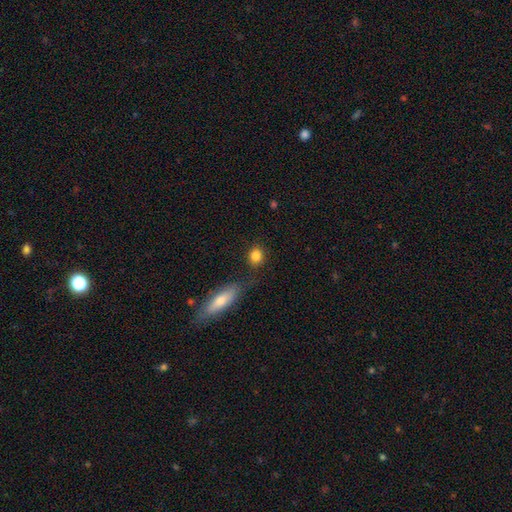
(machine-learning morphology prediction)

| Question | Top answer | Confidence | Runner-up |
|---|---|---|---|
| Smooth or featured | smooth | 83% | star or artifact (9%) |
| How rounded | round | 76% | in between (22%) |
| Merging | none | 79% | minor disturbance (10%) |